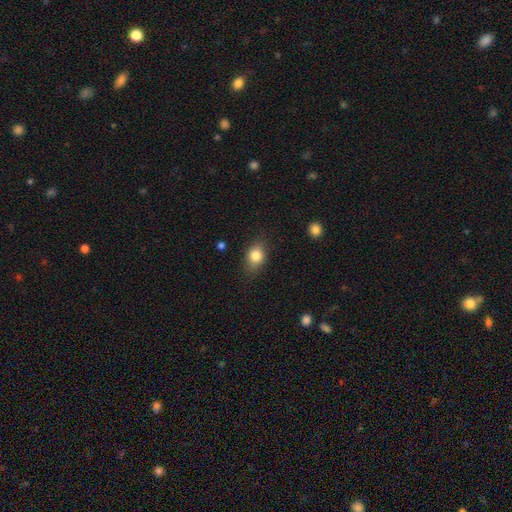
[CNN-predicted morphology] A smooth galaxy with no disk features (81%) that is in between round and cigar-shaped (64%).

Vote fractions:
- Smooth or featured? smooth: 81% / star or artifact: 9% / featured or disk: 9%
- How rounded? in between: 64% / round: 34% / cigar-shaped: 2%
- Merging? none: 78% / minor disturbance: 16% / major disturbance: 4% / merger: 1%